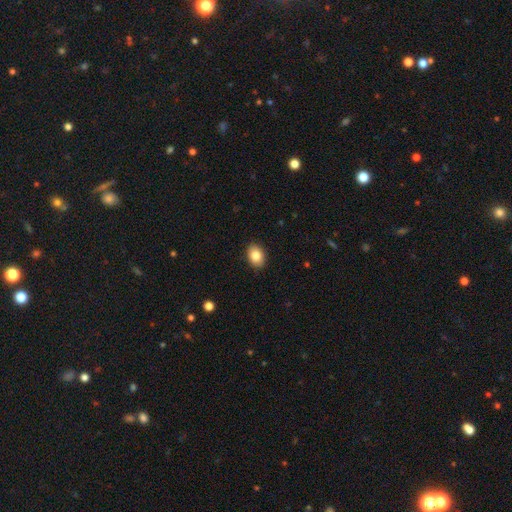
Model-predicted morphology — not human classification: Smooth or featured: smooth — 84% (star or artifact — 8%)
How rounded: in between — 76% (round — 23%)
Merging: none — 90% (minor disturbance — 8%)